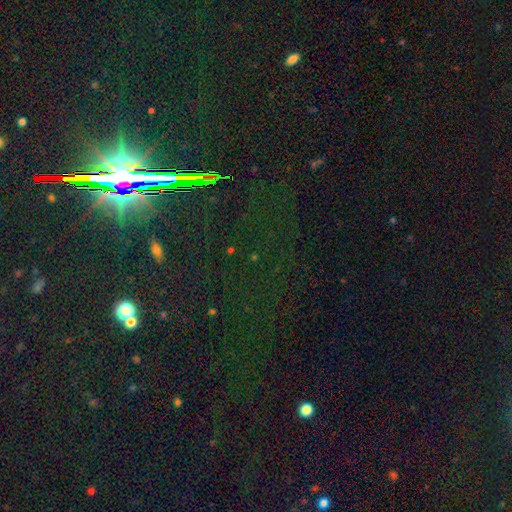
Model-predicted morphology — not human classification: This appears to be a star or artifact, not a galaxy (82%).